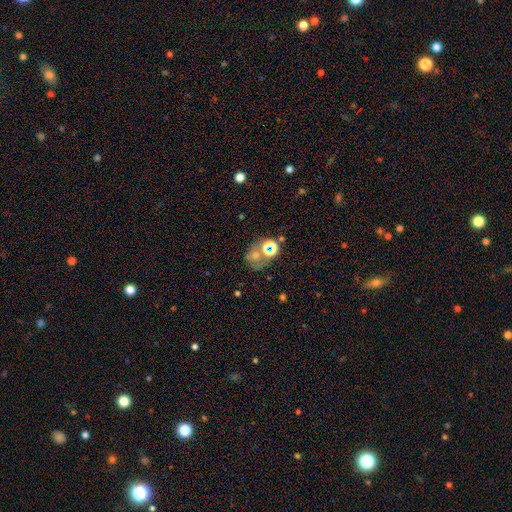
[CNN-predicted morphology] The model was most divided on "smooth or featured": smooth: 46%, star or artifact: 34%, featured or disk: 20%. Remaining: merging — none (44%).